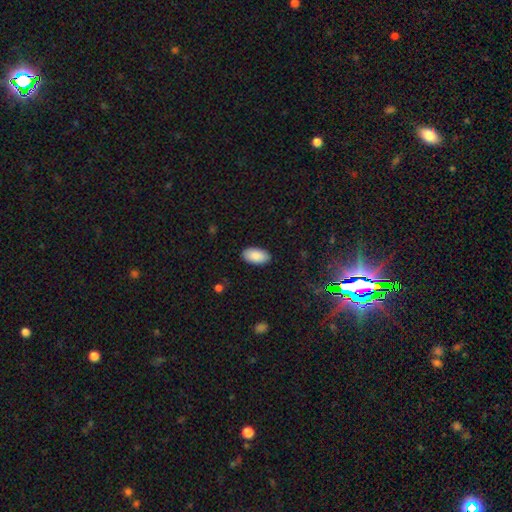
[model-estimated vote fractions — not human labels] A smooth galaxy with no disk features (89%) that is in between round and cigar-shaped (96%). Merging: none (89%).